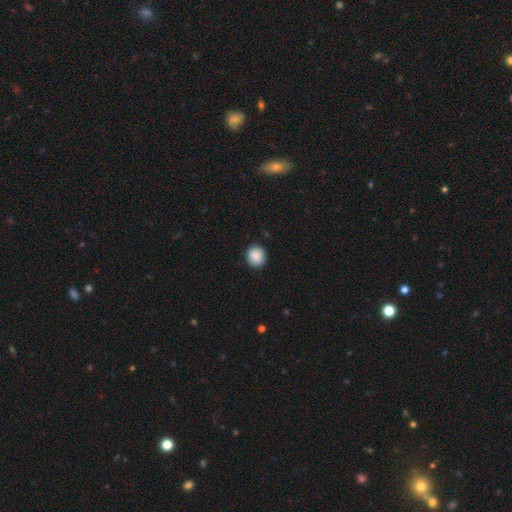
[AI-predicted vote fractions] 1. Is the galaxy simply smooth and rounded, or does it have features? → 89% smooth, 8% star or artifact, 3% featured or disk.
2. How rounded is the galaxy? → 83% round, 16% in between, 1% cigar-shaped.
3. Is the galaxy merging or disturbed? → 89% none, 8% minor disturbance, 2% major disturbance, 1% merger.